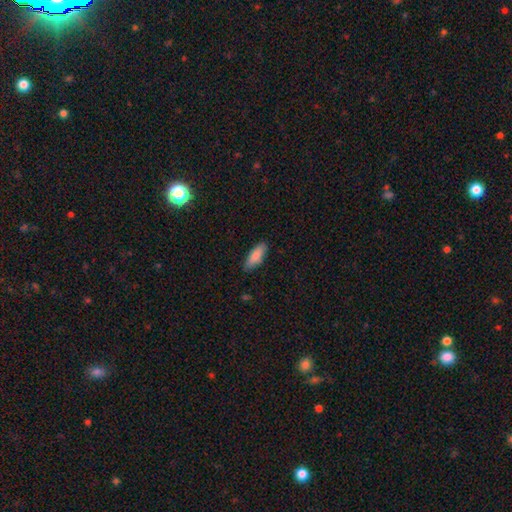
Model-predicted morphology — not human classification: type=smooth (83%); roundness=in between (67%); merging=none (85%).